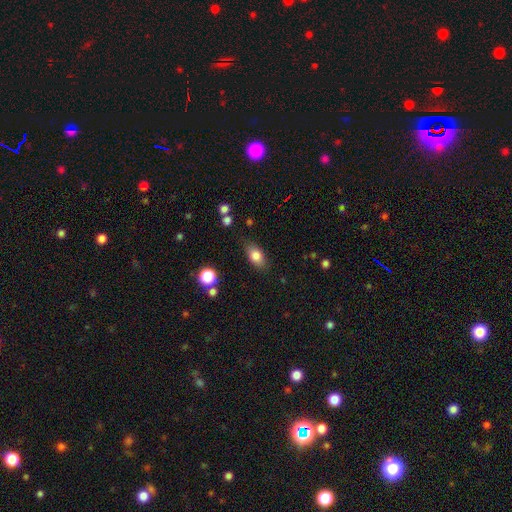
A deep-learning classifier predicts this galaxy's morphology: Smooth or featured: smooth — 80% (featured or disk — 11%)
How rounded: in between — 85% (round — 10%)
Merging: none — 79% (minor disturbance — 15%)